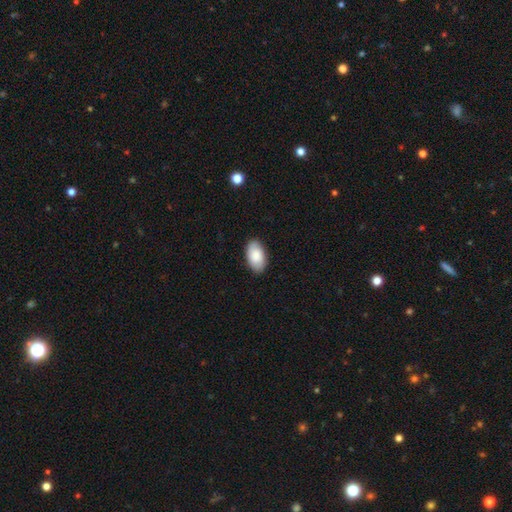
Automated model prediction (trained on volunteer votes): smooth_or_featured: smooth (p=0.84) [alt: featured or disk p=0.10]
how_rounded: in between (p=0.95) [alt: round p=0.03]
merging: none (p=0.87) [alt: minor disturbance p=0.10]